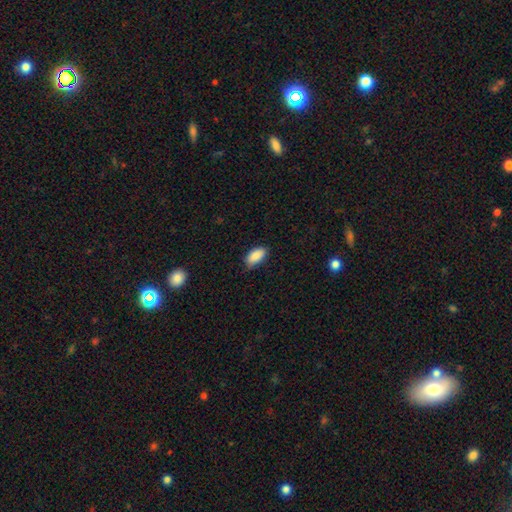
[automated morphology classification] A smooth galaxy with no disk features (89%) that is in between round and cigar-shaped (93%). Merging: none (79%).